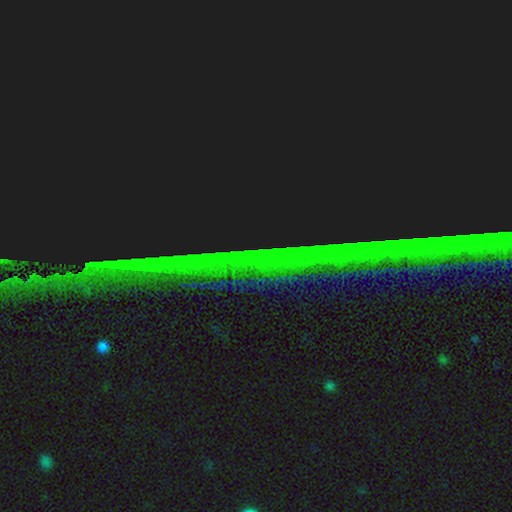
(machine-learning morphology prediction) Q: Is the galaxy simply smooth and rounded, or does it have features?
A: star or artifact — 88%.